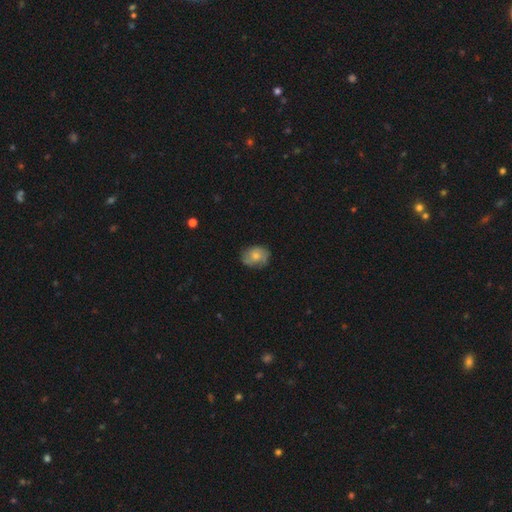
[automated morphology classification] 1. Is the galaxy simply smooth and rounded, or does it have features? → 63% smooth, 30% featured or disk, 8% star or artifact.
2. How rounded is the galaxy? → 56% in between, 43% round, 1% cigar-shaped.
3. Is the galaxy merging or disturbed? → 71% none, 22% minor disturbance, 5% major disturbance, 1% merger.